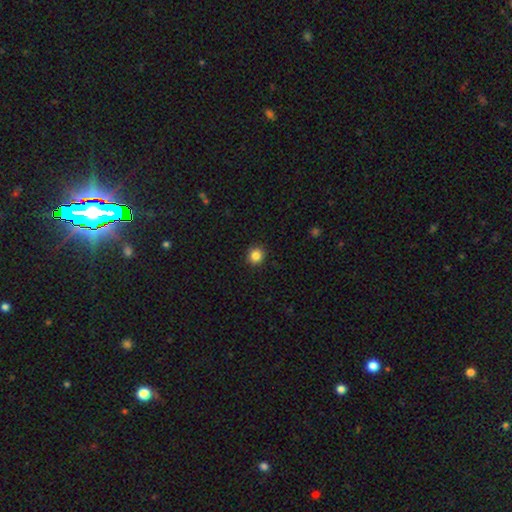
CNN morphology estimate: Smooth or featured?
  - smooth: 85% *
  - star or artifact: 11%
  - featured or disk: 4%
How rounded?
  - round: 90% *
  - in between: 9%
  - cigar-shaped: 1%
Merging?
  - none: 92% *
  - minor disturbance: 5%
  - major disturbance: 2%
  - merger: 1%